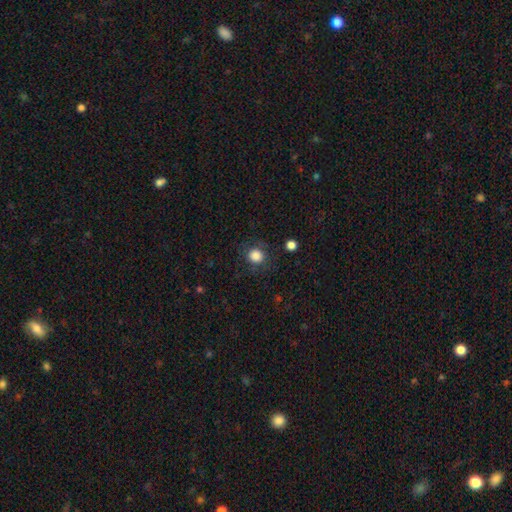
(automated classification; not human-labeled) Smooth or featured? Predicted: smooth (p=0.84). How rounded? Predicted: round (p=0.87). Merging? Predicted: none (p=0.82).